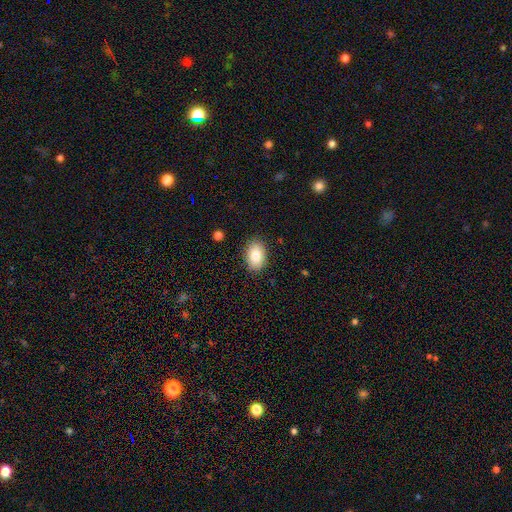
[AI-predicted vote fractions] smooth 85%, featured or disk 8%, star or artifact 7%. Down the decision tree: how rounded — in between (88%); merging — none (87%).